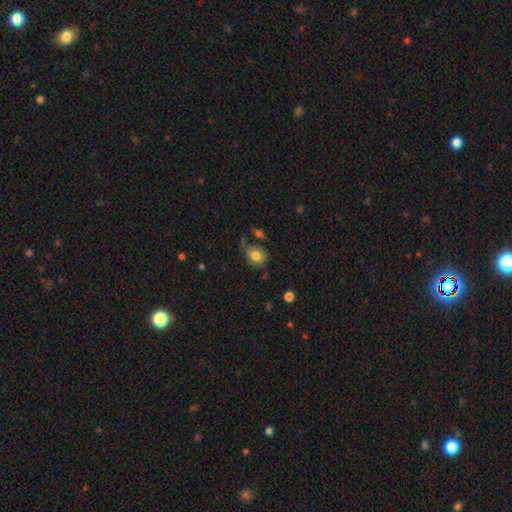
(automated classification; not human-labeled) smooth-or-featured: smooth: 78% | featured or disk: 12% | star or artifact: 9%
  how-rounded: round: 50% | in between: 49% | cigar-shaped: 1%
  merging: none: 63% | minor disturbance: 21% | merger: 8% | major disturbance: 7%